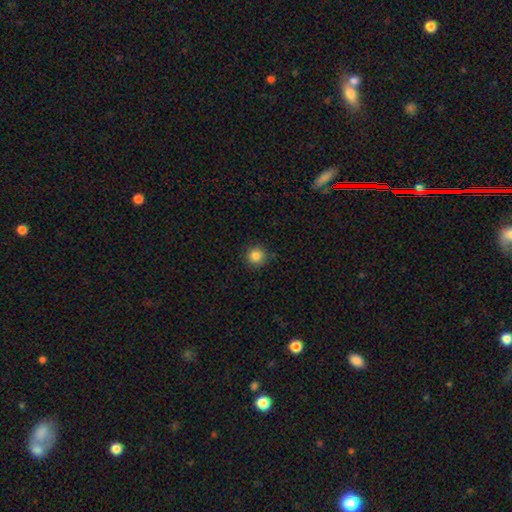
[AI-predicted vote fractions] Smooth or featured?
  - smooth: 84% *
  - star or artifact: 11%
  - featured or disk: 5%
How rounded?
  - round: 95% *
  - in between: 4%
  - cigar-shaped: 1%
Merging?
  - none: 90% *
  - minor disturbance: 7%
  - major disturbance: 2%
  - merger: 1%